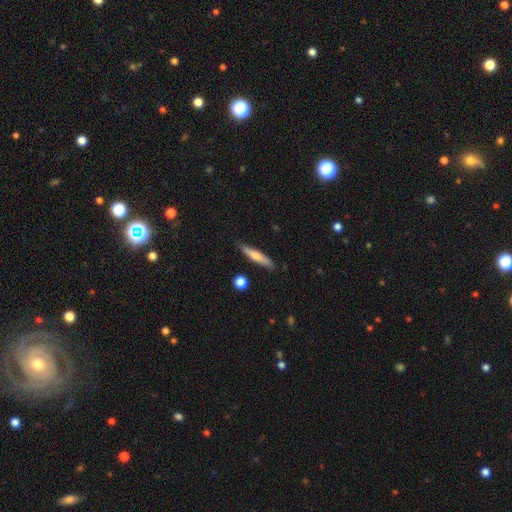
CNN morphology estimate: smooth-or-featured: smooth: 59% | featured or disk: 35% | star or artifact: 6%
  how-rounded: cigar-shaped: 90% | in between: 8% | round: 2%
  merging: none: 85% | minor disturbance: 11% | major disturbance: 2% | merger: 2%